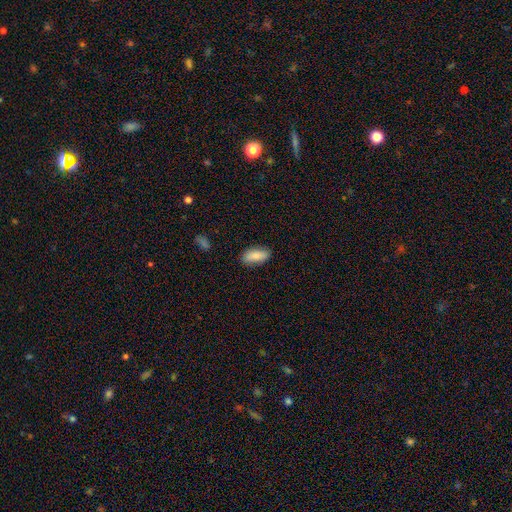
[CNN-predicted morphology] smooth_or_featured: smooth (p=0.84) [alt: featured or disk p=0.10]
how_rounded: in between (p=0.84) [alt: cigar-shaped p=0.14]
merging: none (p=0.85) [alt: minor disturbance p=0.11]